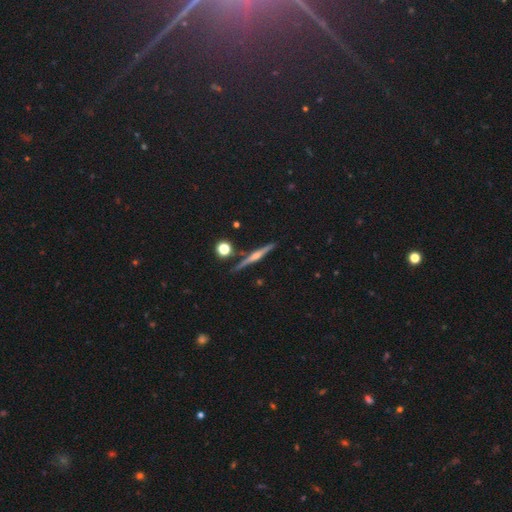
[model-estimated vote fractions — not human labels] Smooth or featured? Predicted: featured or disk (p=0.71). Edge-on disk? Predicted: yes (p=0.98). Edge-on bulge? Predicted: rounded (p=0.75). Merging? Predicted: none (p=0.88).